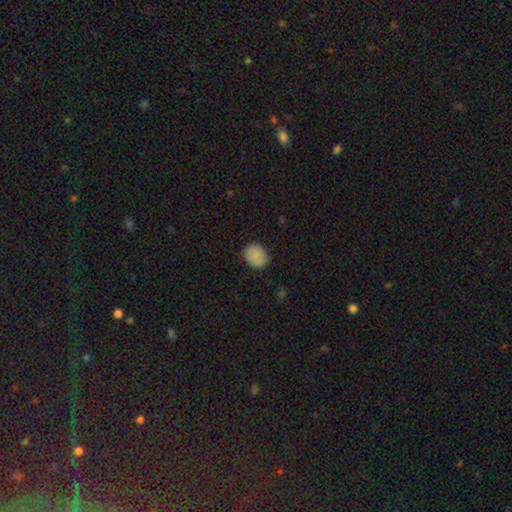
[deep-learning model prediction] The model was most divided on "how rounded": round: 53%, in between: 46%, cigar-shaped: 1%. More confident: smooth or featured — smooth (87%); merging — none (85%).